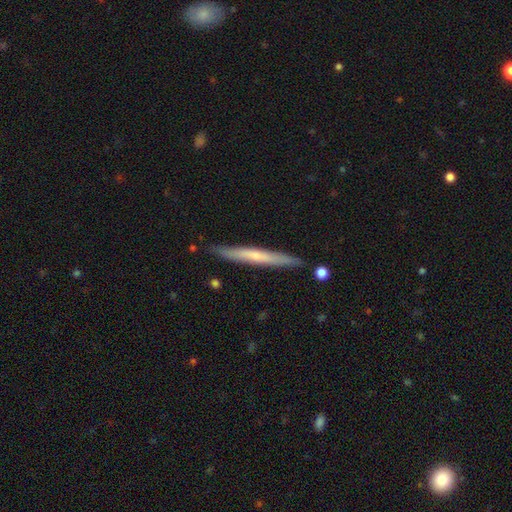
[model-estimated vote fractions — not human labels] smooth 48%, featured or disk 47%, star or artifact 5%. Down the decision tree: merging — none (87%).